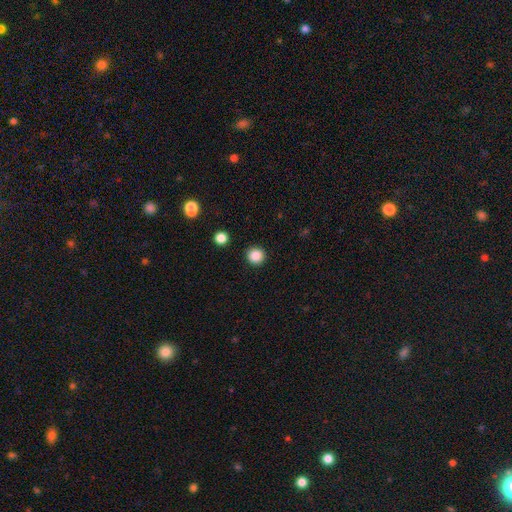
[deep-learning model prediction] Overall: smooth (87%). How rounded: round (93%). Merging: none (92%).